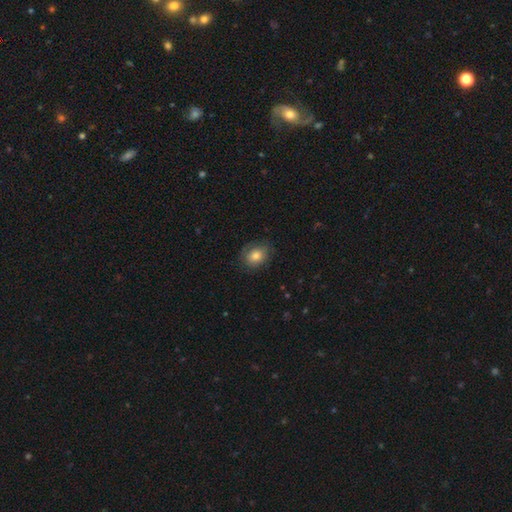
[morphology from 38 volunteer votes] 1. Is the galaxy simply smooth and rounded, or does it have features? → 74% smooth, 21% featured or disk, 5% star or artifact.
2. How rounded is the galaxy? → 50% in between, 46% round, 4% cigar-shaped.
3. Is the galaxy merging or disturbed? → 69% none, 19% minor disturbance, 11% major disturbance, 0% merger.